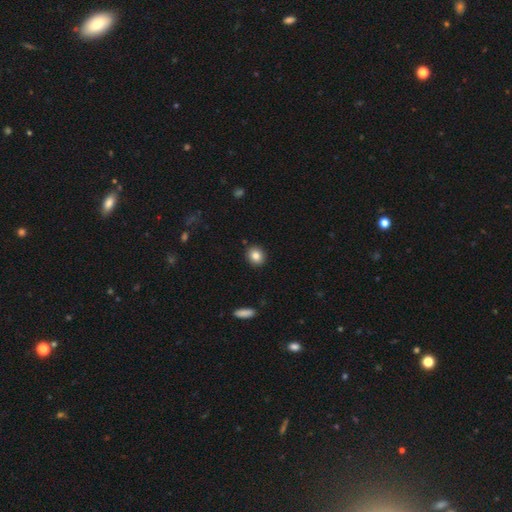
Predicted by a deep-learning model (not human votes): A smooth galaxy with no disk features (84%) that is round (75%). Merging: none (91%).